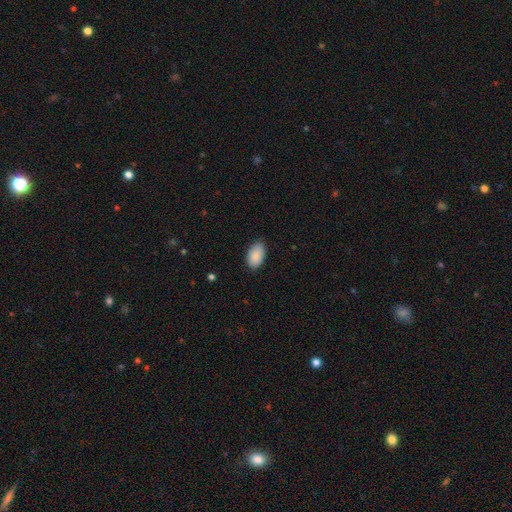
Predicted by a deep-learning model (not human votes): Q: Smooth or featured?
A: smooth (89%); runner-up: star or artifact (6%)
Q: How rounded?
A: in between (94%); runner-up: round (4%)
Q: Merging?
A: none (80%); runner-up: minor disturbance (16%)